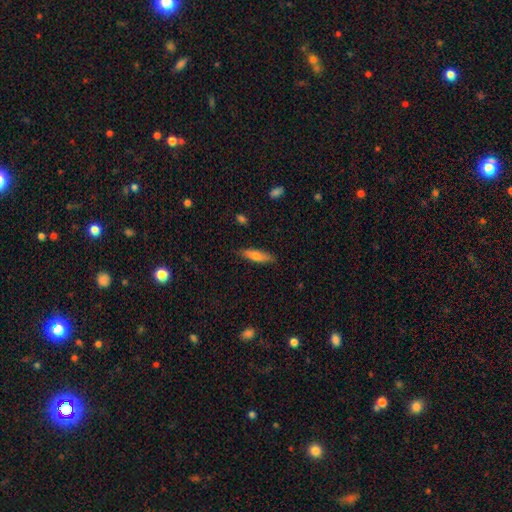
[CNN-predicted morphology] Smooth or featured? smooth (67%)
How rounded? cigar-shaped (66%)
Merging? none (86%)